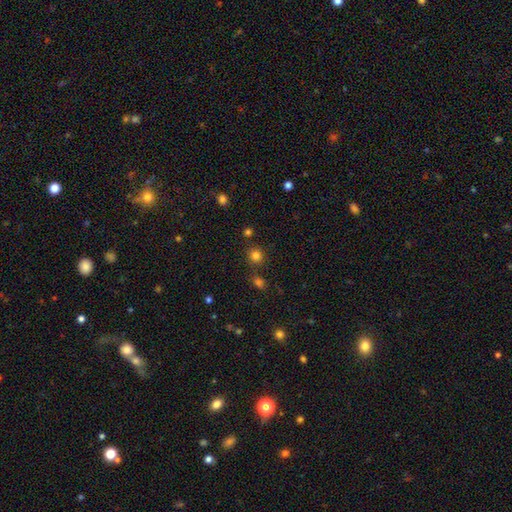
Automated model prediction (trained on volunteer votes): smooth_or_featured: smooth (p=0.79) [alt: star or artifact p=0.16]
how_rounded: round (p=0.89) [alt: in between p=0.10]
merging: none (p=0.78) [alt: merger p=0.09]